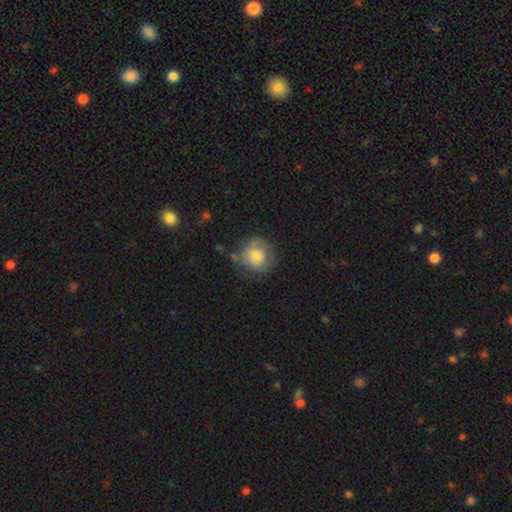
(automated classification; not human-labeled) The model was most divided on "merging": none: 59%, minor disturbance: 26%, major disturbance: 11%, merger: 4%. More confident: how rounded — round (87%); smooth or featured — smooth (68%).